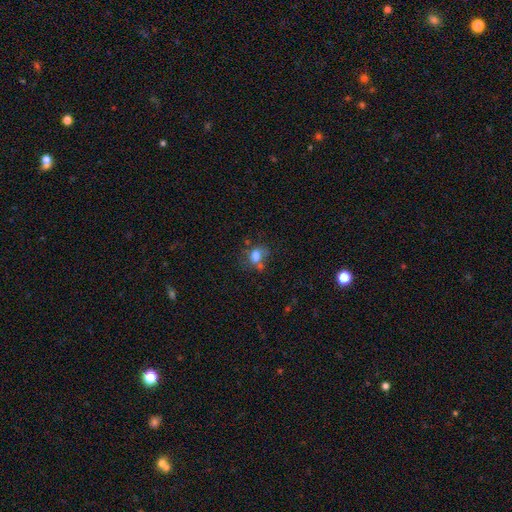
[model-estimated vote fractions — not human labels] The model was most divided on "merging": none: 42%, merger: 22%, minor disturbance: 22%, major disturbance: 14%. More confident: smooth or featured — smooth (71%); how rounded — in between (66%).